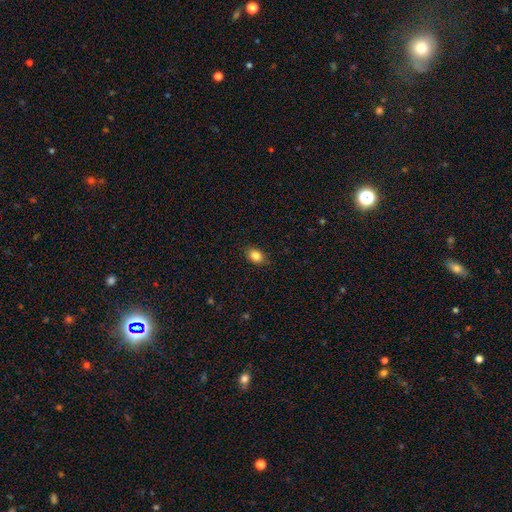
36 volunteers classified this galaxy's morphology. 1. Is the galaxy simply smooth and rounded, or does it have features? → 89% smooth, 6% featured or disk, 6% star or artifact.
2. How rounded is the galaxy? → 84% in between, 9% round, 6% cigar-shaped.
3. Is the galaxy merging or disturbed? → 79% none, 12% minor disturbance, 9% major disturbance, 0% merger.